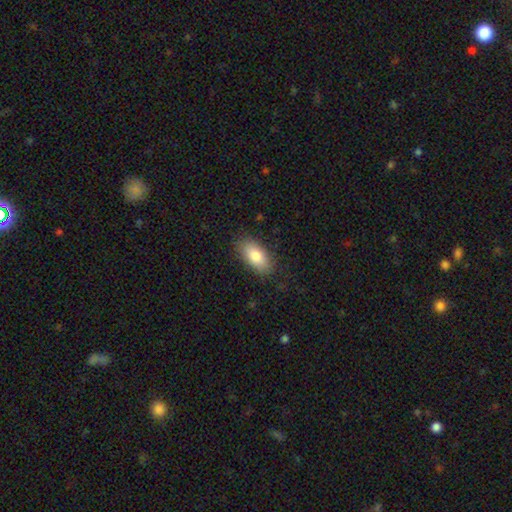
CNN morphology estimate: Smooth or featured? Predicted: smooth (p=0.83). How rounded? Predicted: in between (p=0.91). Merging? Predicted: none (p=0.84).